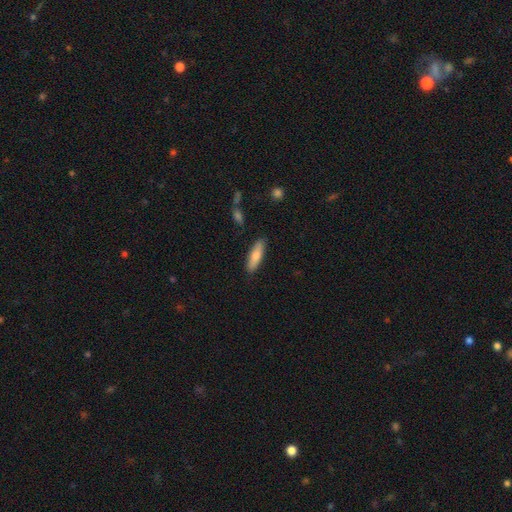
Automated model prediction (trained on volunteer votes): Smooth or featured?
  - smooth: 72% *
  - featured or disk: 22%
  - star or artifact: 6%
How rounded?
  - cigar-shaped: 60% *
  - in between: 38%
  - round: 2%
Merging?
  - none: 87% *
  - minor disturbance: 9%
  - major disturbance: 2%
  - merger: 2%